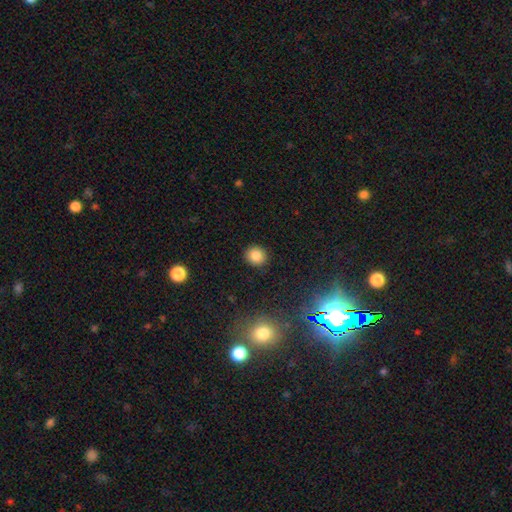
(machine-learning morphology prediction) Overall: smooth (84%). How rounded: round (85%). Merging: none (91%).